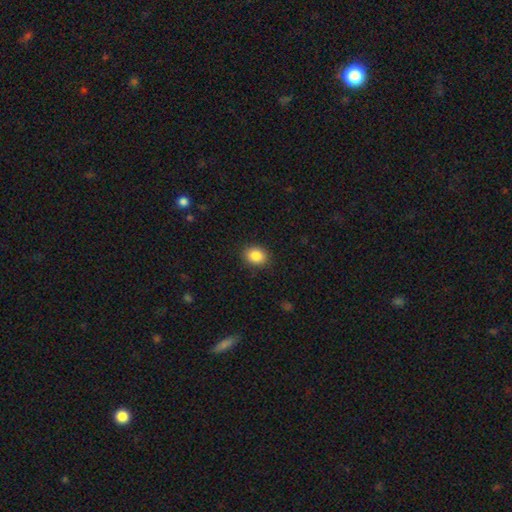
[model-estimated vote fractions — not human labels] A smooth galaxy with no disk features (87%) that is round (51%).

Vote fractions:
- Smooth or featured? smooth: 87% / star or artifact: 9% / featured or disk: 4%
- How rounded? round: 51% / in between: 48% / cigar-shaped: 1%
- Merging? none: 89% / minor disturbance: 8% / major disturbance: 2% / merger: 1%